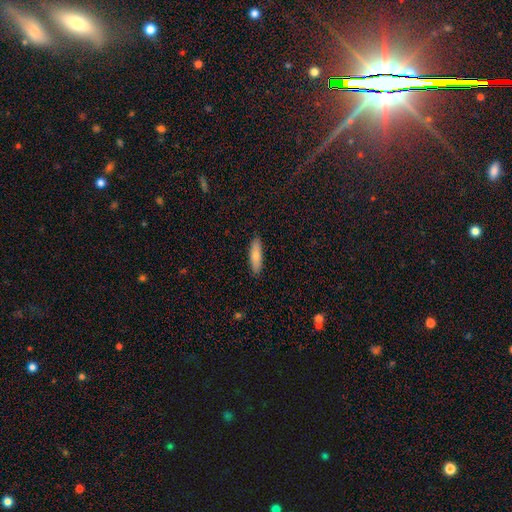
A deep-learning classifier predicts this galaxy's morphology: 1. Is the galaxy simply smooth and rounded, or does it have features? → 80% smooth, 14% featured or disk, 6% star or artifact.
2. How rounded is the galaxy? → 58% cigar-shaped, 40% in between, 2% round.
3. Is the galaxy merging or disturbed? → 89% none, 8% minor disturbance, 2% major disturbance, 1% merger.